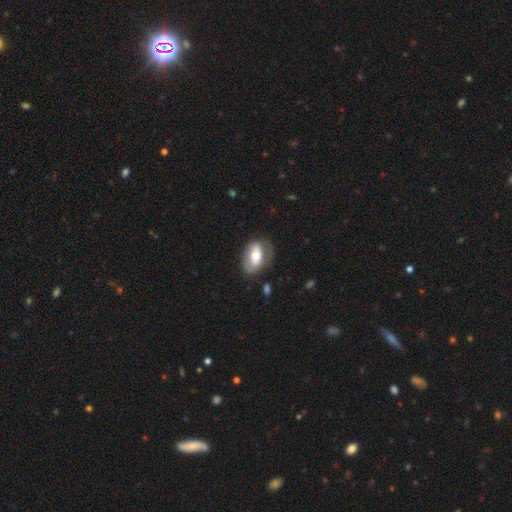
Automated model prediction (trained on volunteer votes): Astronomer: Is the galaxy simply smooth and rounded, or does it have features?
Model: featured or disk — 48% (runner-up: smooth, 46%).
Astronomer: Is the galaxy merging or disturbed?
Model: none — 69%.